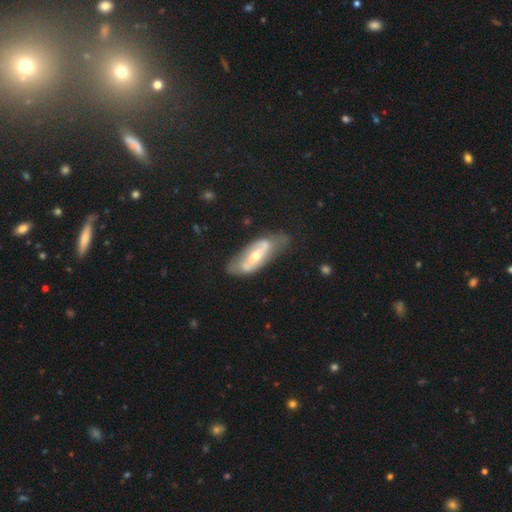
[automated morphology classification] This is likely a featured or disk galaxy (65%). It is clearly not viewed edge-on (85%). Bar: marginally no (36%). Spiral arm pattern: possibly no (50%, tied with yes). Central bulge: possibly moderate (58%). Merging: possibly none (53%).